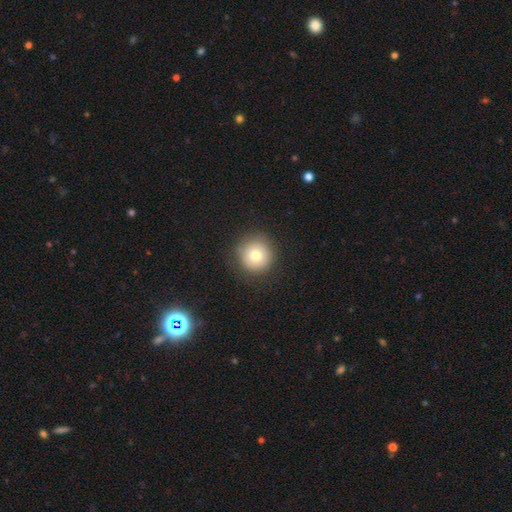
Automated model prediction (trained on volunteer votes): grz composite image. It shows a smooth galaxy with no disk features (76%) that is round (95%). Merging: none (88%).